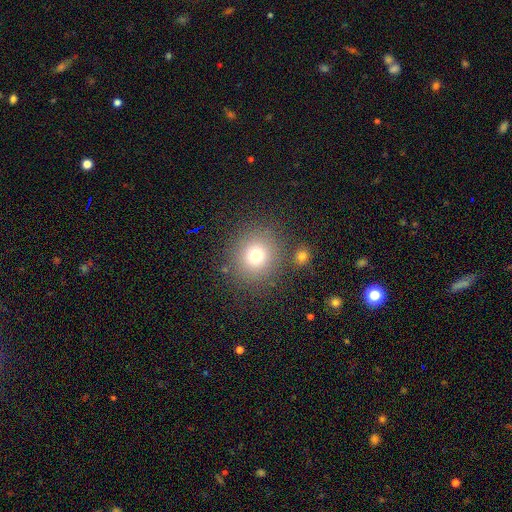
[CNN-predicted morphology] type=smooth (73%); roundness=round (89%); merging=none (82%).